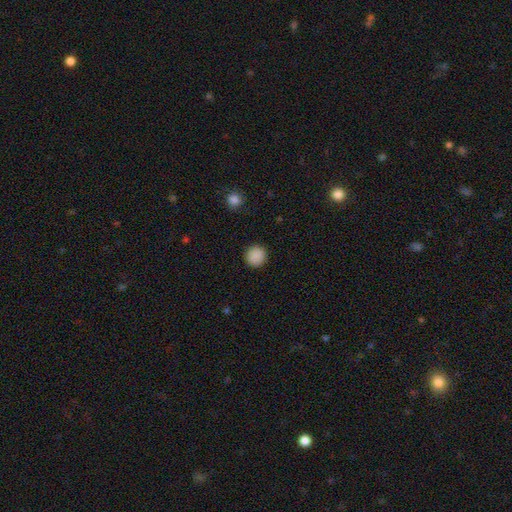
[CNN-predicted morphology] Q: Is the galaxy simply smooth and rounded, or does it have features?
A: smooth — 89%.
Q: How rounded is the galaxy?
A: round — 94%.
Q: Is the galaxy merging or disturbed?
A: none — 92%.